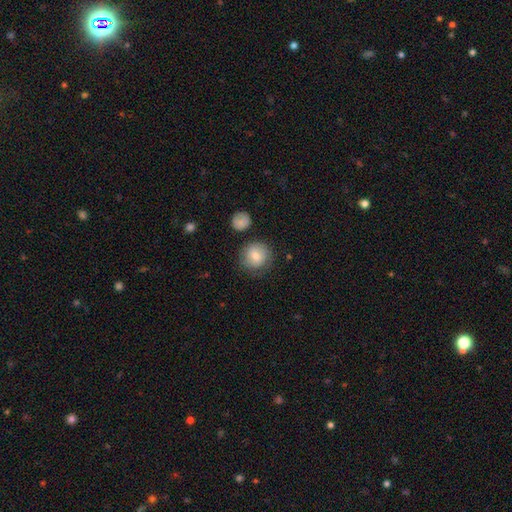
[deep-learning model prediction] Overall: smooth (78%). How rounded: round (89%). Merging: none (75%).